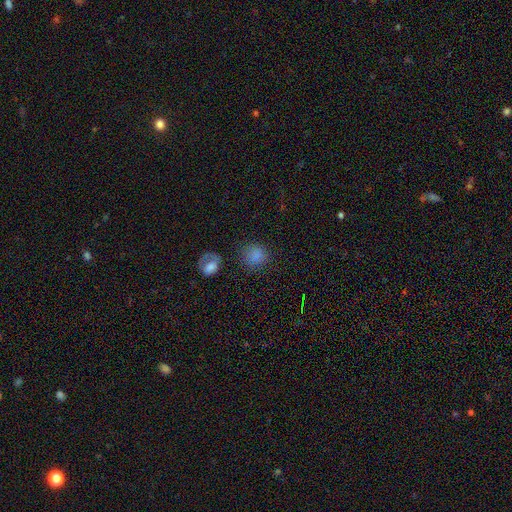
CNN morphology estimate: Smooth or featured: smooth — 80% (star or artifact — 14%)
How rounded: round — 82% (in between — 17%)
Merging: none — 75% (minor disturbance — 14%)